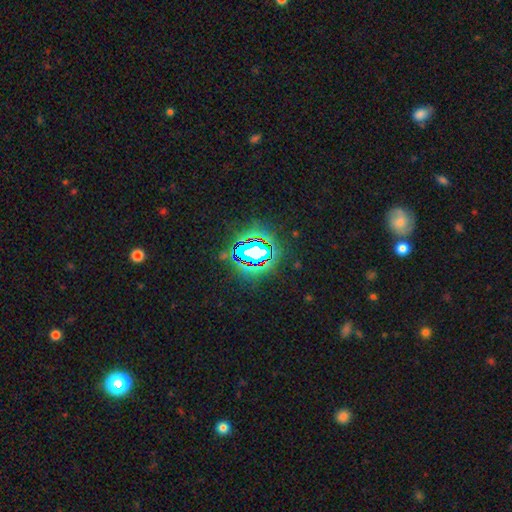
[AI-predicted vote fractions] The model was most divided on "smooth or featured": star or artifact: 73%, smooth: 15%, featured or disk: 12%.